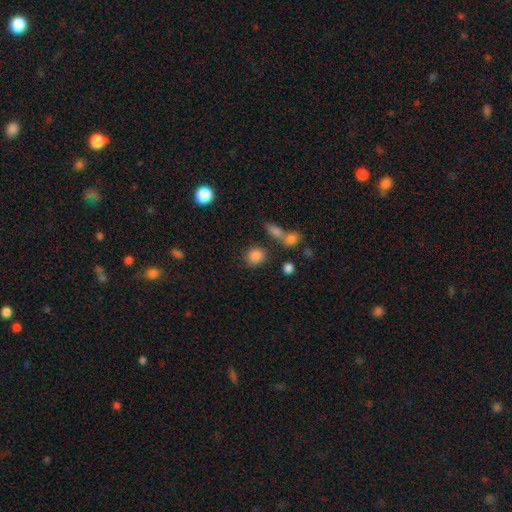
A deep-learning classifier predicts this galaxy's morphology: Smooth or featured: smooth — 85% (star or artifact — 10%)
How rounded: round — 74% (in between — 24%)
Merging: none — 74% (merger — 12%)